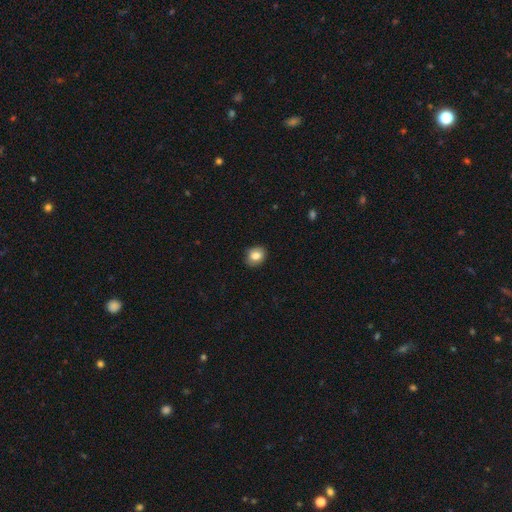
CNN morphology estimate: smooth_or_featured: smooth (p=0.83) [alt: featured or disk p=0.09]
how_rounded: round (p=0.56) [alt: in between p=0.43]
merging: none (p=0.88) [alt: minor disturbance p=0.09]